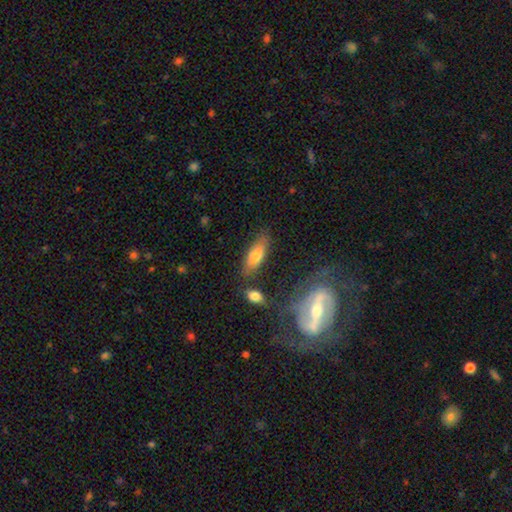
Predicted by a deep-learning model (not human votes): A smooth galaxy with no disk features (72%) that is in between round and cigar-shaped (67%). Merging: none (74%).